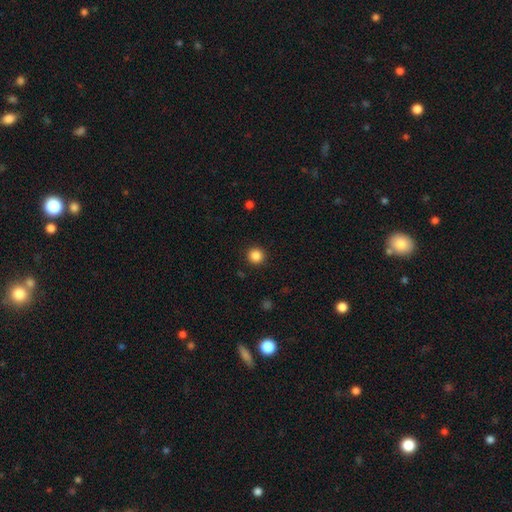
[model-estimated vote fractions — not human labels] Morphology: type=smooth (86%); roundness=round (95%); merging=none (92%).